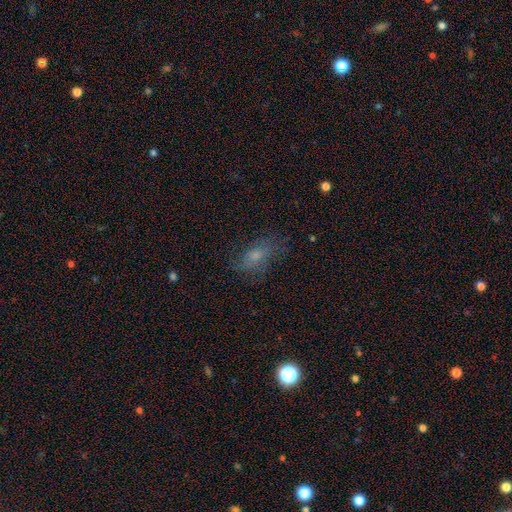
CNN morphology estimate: This is likely a smooth galaxy (61%). How rounded: likely in between (79%). Merging: likely none (64%).